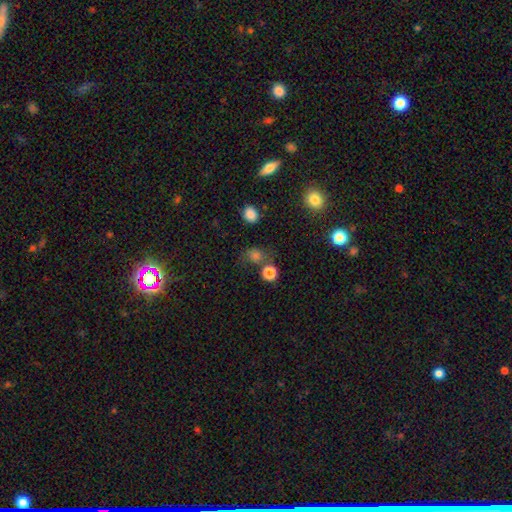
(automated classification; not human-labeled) smooth-or-featured: smooth: 69% | star or artifact: 22% | featured or disk: 9%
  how-rounded: round: 71% | in between: 28% | cigar-shaped: 2%
  merging: none: 61% | minor disturbance: 16% | merger: 13% | major disturbance: 11%